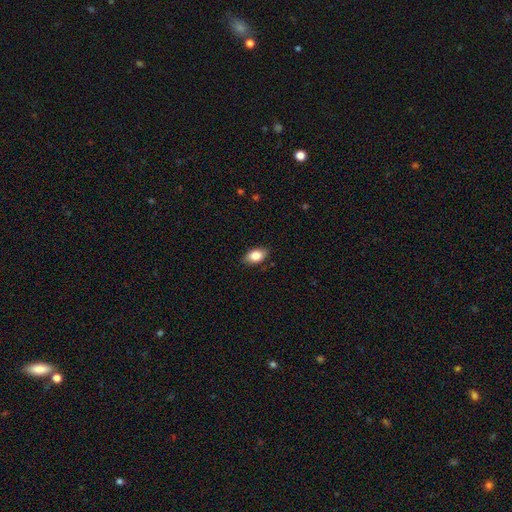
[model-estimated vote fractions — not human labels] This is clearly a smooth galaxy (84%). How rounded: clearly in between (90%). Merging: clearly none (86%).